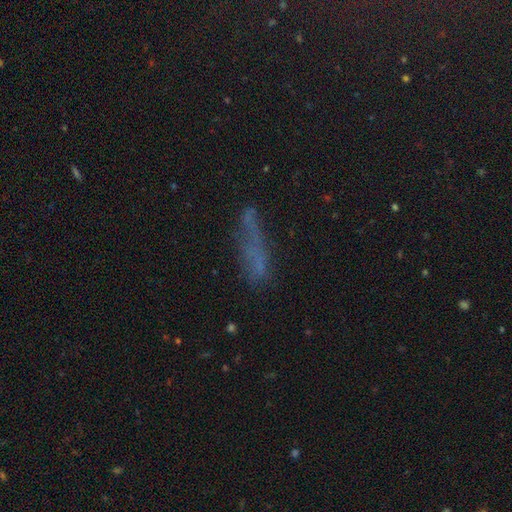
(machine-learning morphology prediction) smooth-or-featured: smooth: 47% | featured or disk: 30% | star or artifact: 23%
  merging: none: 49% | minor disturbance: 23% | major disturbance: 21% | merger: 7%